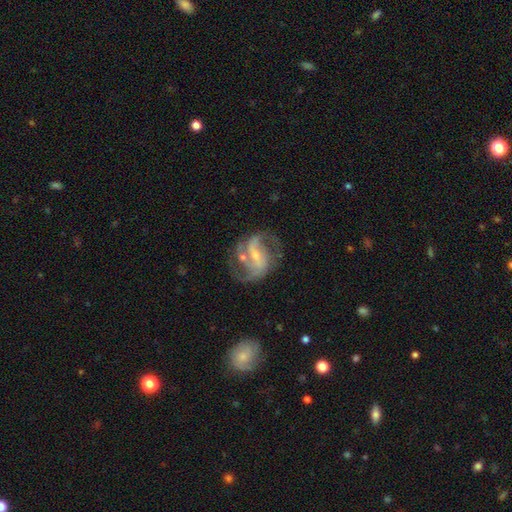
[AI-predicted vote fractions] Smooth or featured? featured or disk (87%)
Edge-on disk? no (97%)
Bar? weak (44%)
Spiral arms? yes (95%)
Spiral winding? medium (51%)
Spiral arm count? 2 (72%)
Bulge size? small (63%)
Merging? none (58%)